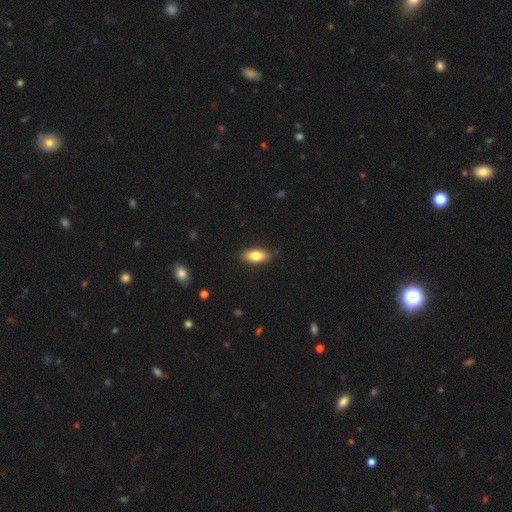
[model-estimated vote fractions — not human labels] smooth 77%, featured or disk 16%, star or artifact 7%. Down the decision tree: how rounded — in between (84%); merging — none (86%).